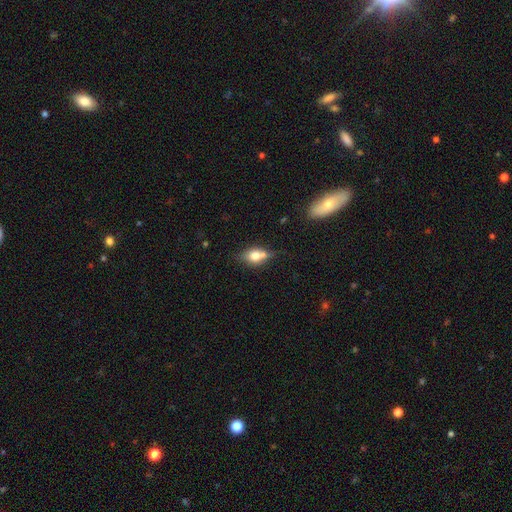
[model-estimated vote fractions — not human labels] Smooth or featured?
  - smooth: 67% *
  - featured or disk: 24%
  - star or artifact: 9%
How rounded?
  - in between: 73% *
  - round: 20%
  - cigar-shaped: 7%
Merging?
  - none: 49% *
  - merger: 24%
  - minor disturbance: 20%
  - major disturbance: 7%